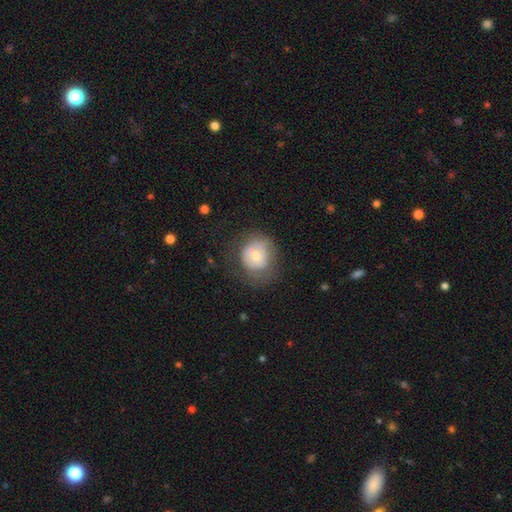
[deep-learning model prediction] A smooth galaxy with no disk features (57%) that is round (81%). Merging: none (53%).